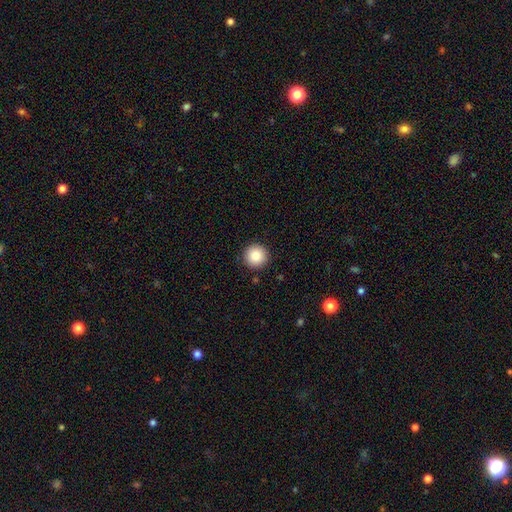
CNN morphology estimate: The model was most divided on "smooth or featured": smooth: 85%, star or artifact: 9%, featured or disk: 6%. More confident: how rounded — round (96%); merging — none (92%).